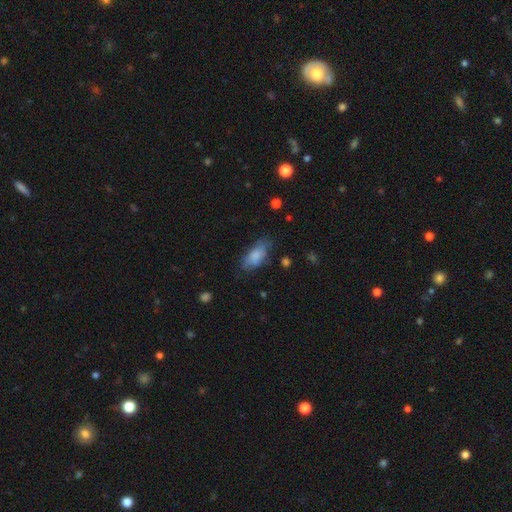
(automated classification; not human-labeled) Overall: smooth (79%). How rounded: in between (87%). Merging: none (63%; minor disturbance 26%).